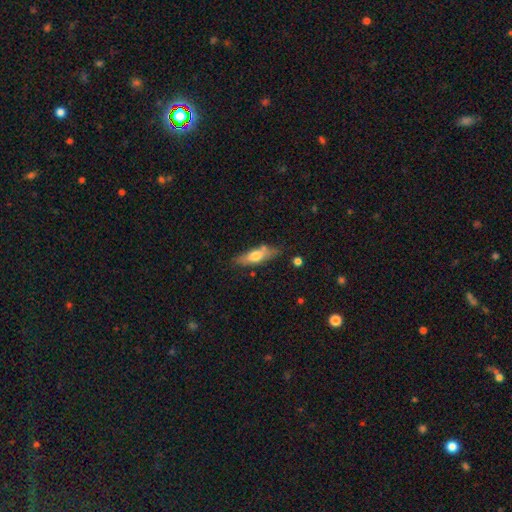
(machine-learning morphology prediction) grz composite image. It shows a smooth galaxy with no disk features (60%) that is in between round and cigar-shaped (54%). Merging: none (72%).